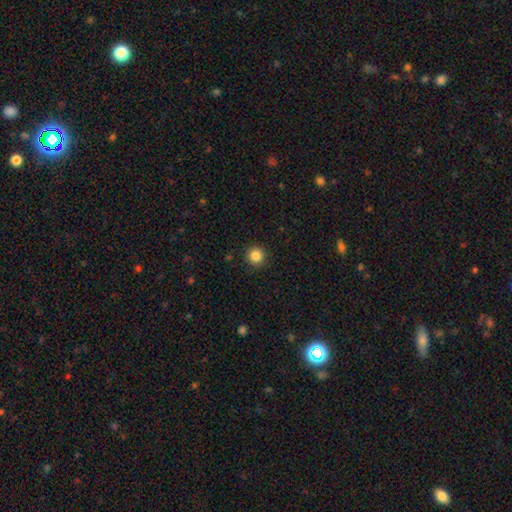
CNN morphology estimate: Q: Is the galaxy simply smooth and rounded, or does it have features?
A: smooth — 85%.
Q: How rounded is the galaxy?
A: round — 95%.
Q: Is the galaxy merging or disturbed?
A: none — 92%.